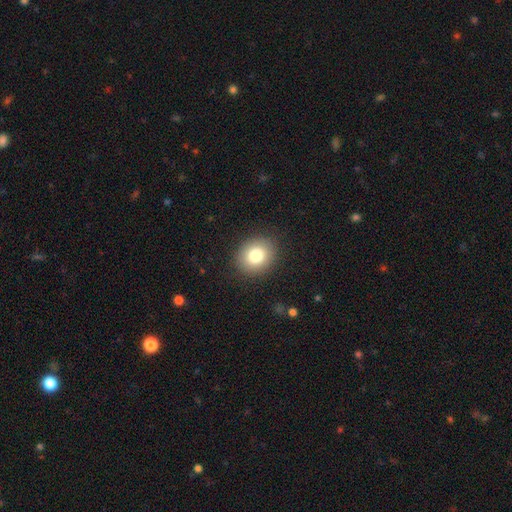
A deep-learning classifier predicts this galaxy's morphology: A smooth galaxy with no disk features (81%) that is round (64%).

Vote fractions:
- Smooth or featured? smooth: 81% / star or artifact: 10% / featured or disk: 9%
- How rounded? round: 64% / in between: 35% / cigar-shaped: 1%
- Merging? none: 88% / minor disturbance: 8% / major disturbance: 3% / merger: 1%